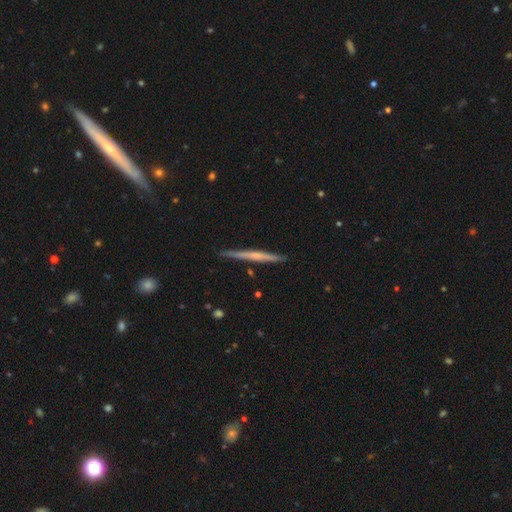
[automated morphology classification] Overall: featured or disk (57%; smooth 37%). Edge-on disk: yes (98%). Edge-on bulge: none (69%). Merging: none (88%).